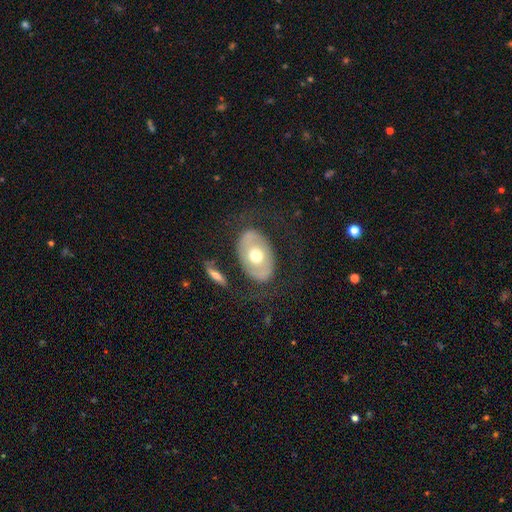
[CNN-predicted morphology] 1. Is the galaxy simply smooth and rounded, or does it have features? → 51% featured or disk, 44% smooth, 6% star or artifact.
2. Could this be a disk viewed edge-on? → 91% no, 9% yes.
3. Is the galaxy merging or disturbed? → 74% none, 13% minor disturbance, 10% major disturbance, 3% merger.